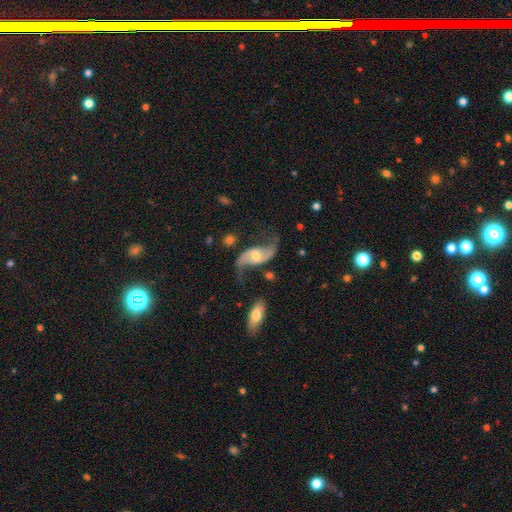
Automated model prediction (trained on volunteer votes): Smooth or featured? Predicted: featured or disk (p=0.86). Edge-on disk? Predicted: no (p=0.95). Bar? Predicted: no (p=0.47). Spiral arms? Predicted: yes (p=0.95). Spiral winding? Predicted: loose (p=0.84). Spiral arm count? Predicted: 2 (p=0.93). Bulge size? Predicted: moderate (p=0.61). Merging? Predicted: none (p=0.67).